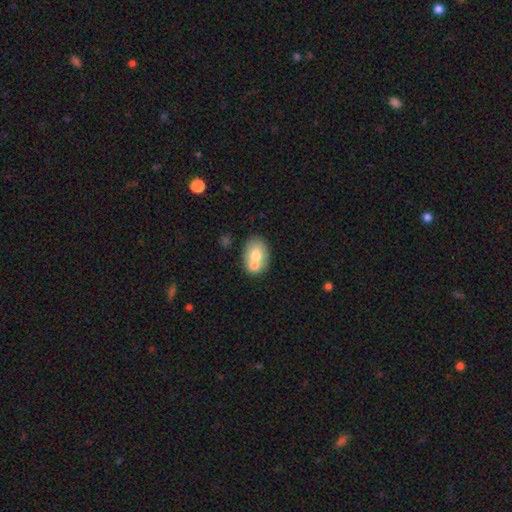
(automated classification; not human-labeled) Smooth or featured: smooth — 67% (featured or disk — 25%)
How rounded: in between — 69% (round — 30%)
Merging: merger — 45% (none — 41%)